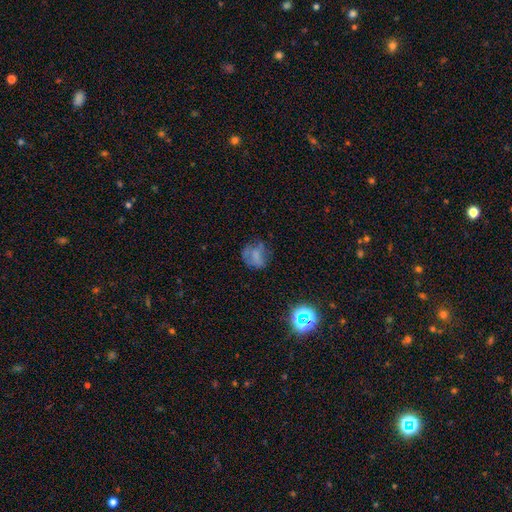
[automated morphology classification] Smooth or featured?
  - smooth: 56% *
  - featured or disk: 28%
  - star or artifact: 15%
How rounded?
  - round: 71% *
  - in between: 28%
  - cigar-shaped: 1%
Merging?
  - none: 53% *
  - minor disturbance: 24%
  - major disturbance: 20%
  - merger: 3%